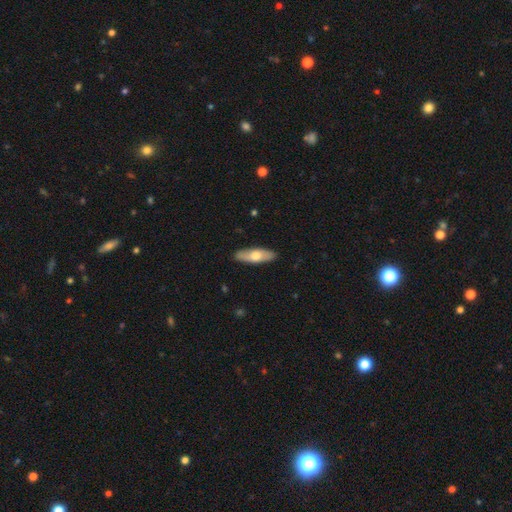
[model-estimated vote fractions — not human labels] A smooth galaxy with no disk features (60%) that is in between round and cigar-shaped (53%). Merging: none (89%).